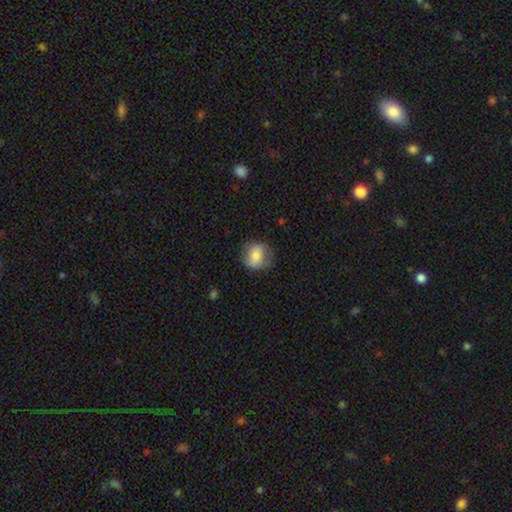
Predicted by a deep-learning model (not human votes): A smooth galaxy with no disk features (65%) that is round (69%).

Vote fractions:
- Smooth or featured? smooth: 65% / featured or disk: 27% / star or artifact: 8%
- How rounded? round: 69% / in between: 29% / cigar-shaped: 1%
- Merging? none: 75% / minor disturbance: 17% / major disturbance: 7% / merger: 1%